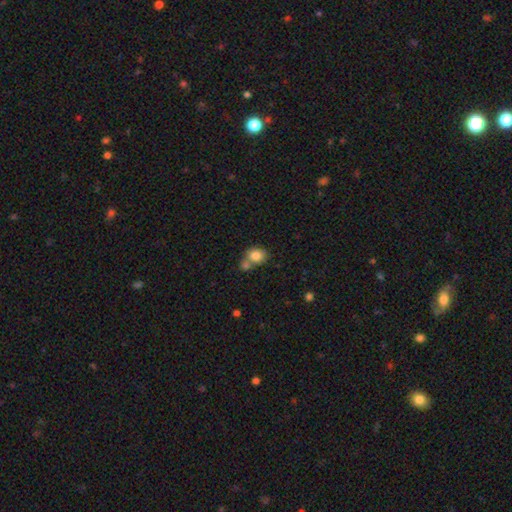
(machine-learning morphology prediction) Smooth or featured? smooth (82%)
How rounded? round (63%)
Merging? none (44%)